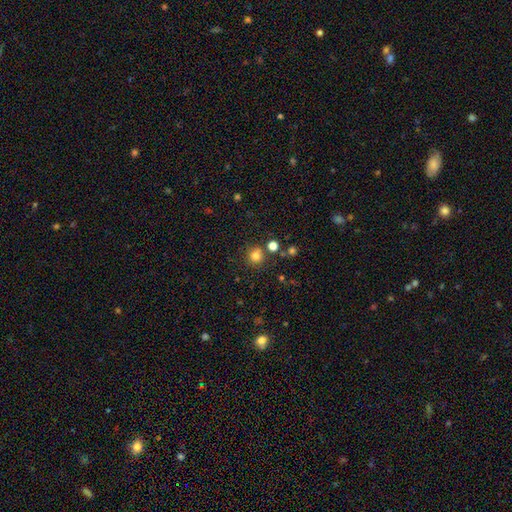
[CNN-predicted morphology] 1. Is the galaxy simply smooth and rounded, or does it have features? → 79% smooth, 15% star or artifact, 6% featured or disk.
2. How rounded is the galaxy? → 91% round, 8% in between, 1% cigar-shaped.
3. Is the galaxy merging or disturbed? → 80% none, 9% merger, 8% minor disturbance, 3% major disturbance.